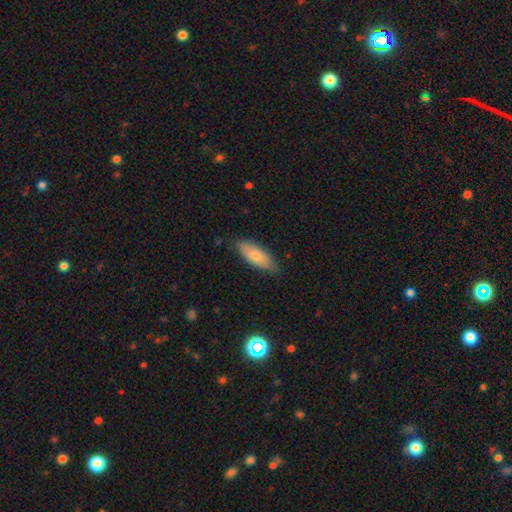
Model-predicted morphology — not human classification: Smooth or featured: smooth — 75% (featured or disk — 18%)
How rounded: in between — 69% (cigar-shaped — 29%)
Merging: none — 81% (minor disturbance — 15%)